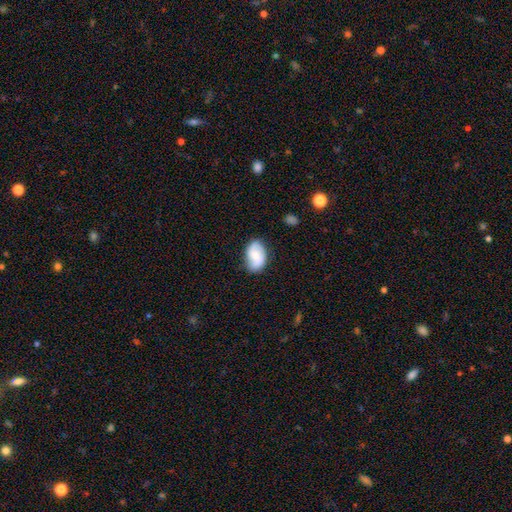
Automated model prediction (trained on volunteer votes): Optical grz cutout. It shows a featured or disk galaxy (48%). Merging: none (71%).